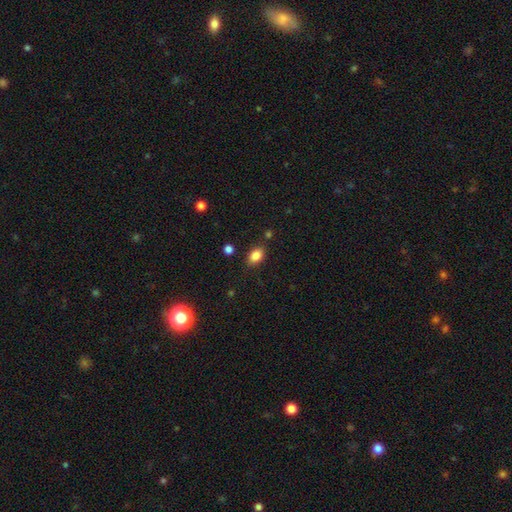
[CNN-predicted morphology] Q: Smooth or featured?
A: smooth (85%); runner-up: star or artifact (10%)
Q: How rounded?
A: in between (82%); runner-up: round (16%)
Q: Merging?
A: none (83%); runner-up: minor disturbance (12%)